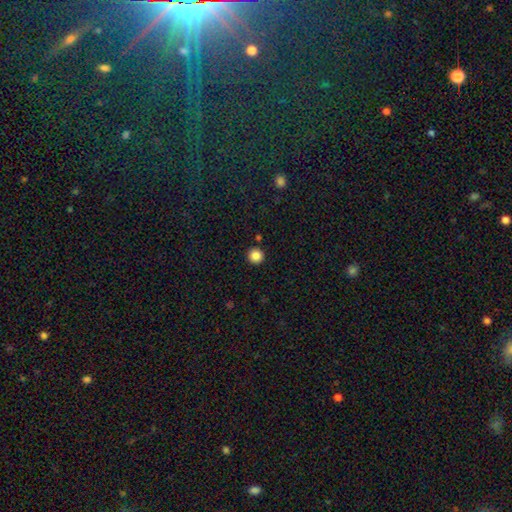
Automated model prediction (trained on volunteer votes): Overall: smooth (86%). How rounded: round (95%). Merging: none (92%).